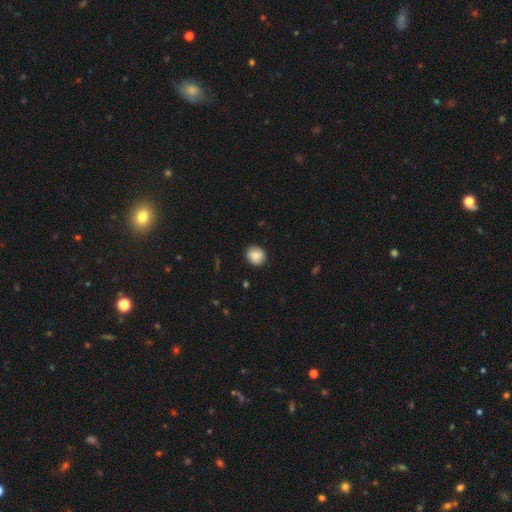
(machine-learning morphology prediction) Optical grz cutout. It shows a smooth galaxy with no disk features (87%) that is round (83%). Merging: none (87%).